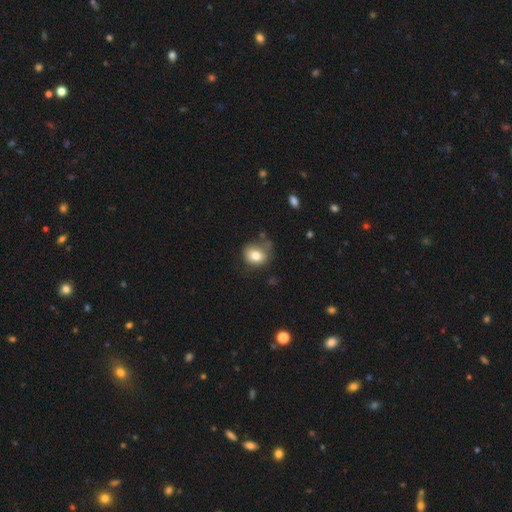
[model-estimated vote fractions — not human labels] A smooth galaxy with no disk features (79%) that is round (60%).

Vote fractions:
- Smooth or featured? smooth: 79% / featured or disk: 11% / star or artifact: 10%
- How rounded? round: 60% / in between: 40% / cigar-shaped: 1%
- Merging? none: 54% / minor disturbance: 29% / major disturbance: 12% / merger: 6%